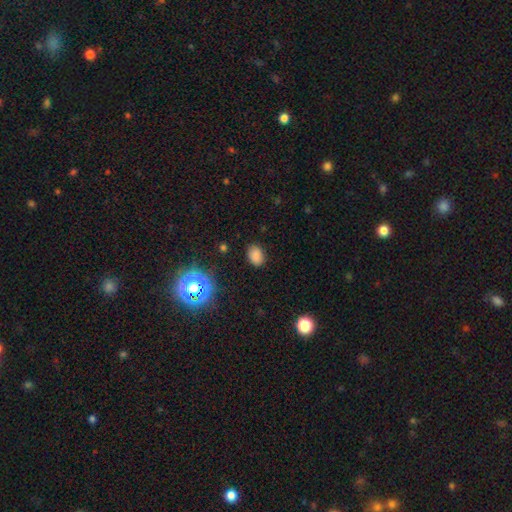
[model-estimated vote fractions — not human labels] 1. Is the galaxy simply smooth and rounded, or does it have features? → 79% smooth, 17% star or artifact, 5% featured or disk.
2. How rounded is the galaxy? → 72% in between, 27% round, 1% cigar-shaped.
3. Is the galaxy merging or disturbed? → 84% none, 11% minor disturbance, 3% major disturbance, 1% merger.